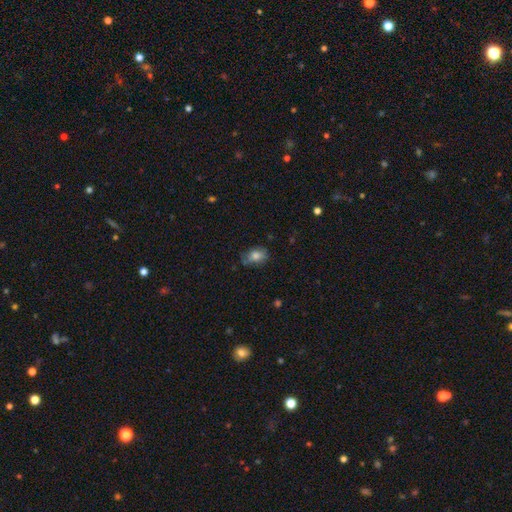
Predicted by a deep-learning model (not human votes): smooth 75%, featured or disk 16%, star or artifact 9%. Down the decision tree: how rounded — in between (78%); merging — none (63%).